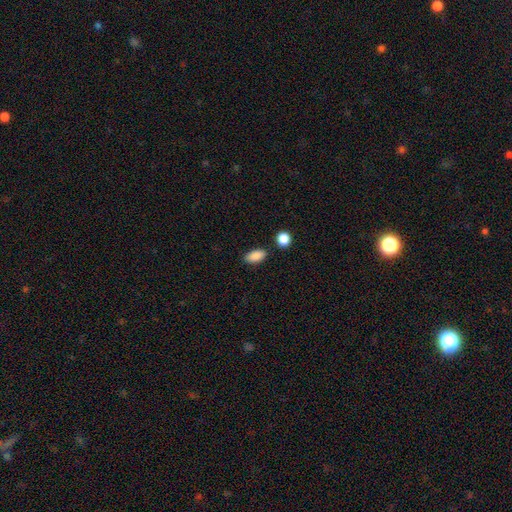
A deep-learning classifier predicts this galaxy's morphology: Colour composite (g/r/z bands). It shows a smooth galaxy with no disk features (88%) that is in between round and cigar-shaped (89%). Merging: none (82%).